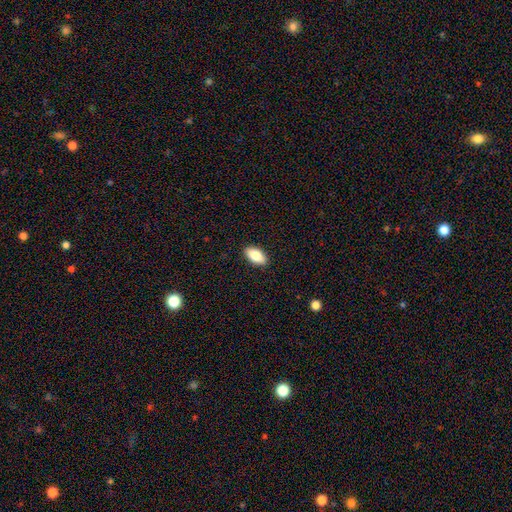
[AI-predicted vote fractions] A smooth galaxy with no disk features (82%) that is in between round and cigar-shaped (92%). Merging: none (90%).